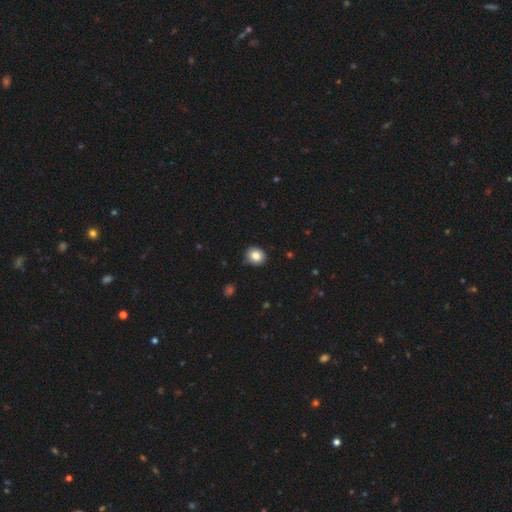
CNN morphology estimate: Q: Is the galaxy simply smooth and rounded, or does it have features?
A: smooth — 84%.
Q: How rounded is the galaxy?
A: round — 81%.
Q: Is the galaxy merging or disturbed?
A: none — 87%.